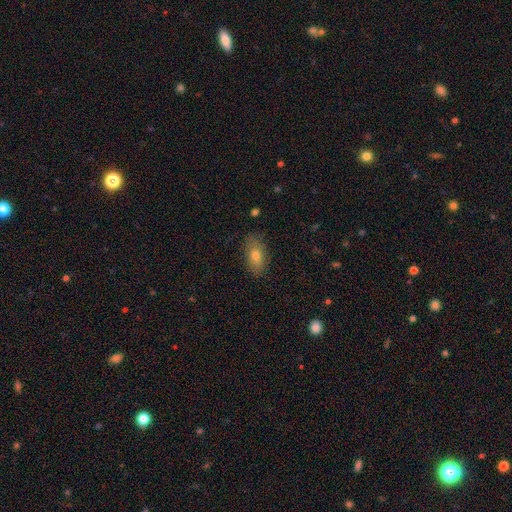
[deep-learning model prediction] Smooth or featured? smooth (72%)
How rounded? in between (87%)
Merging? none (85%)